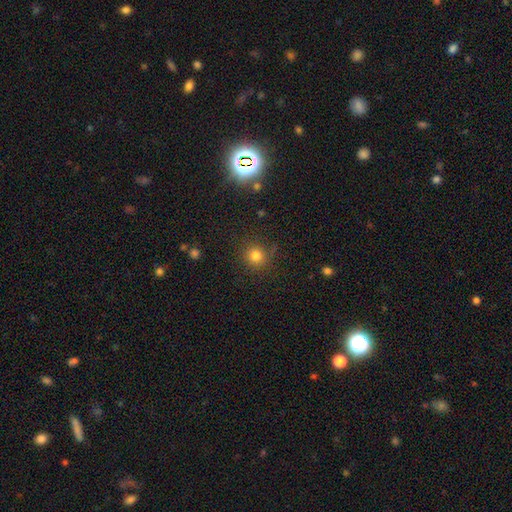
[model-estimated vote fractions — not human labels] Overall: smooth (79%). How rounded: round (93%). Merging: none (85%).